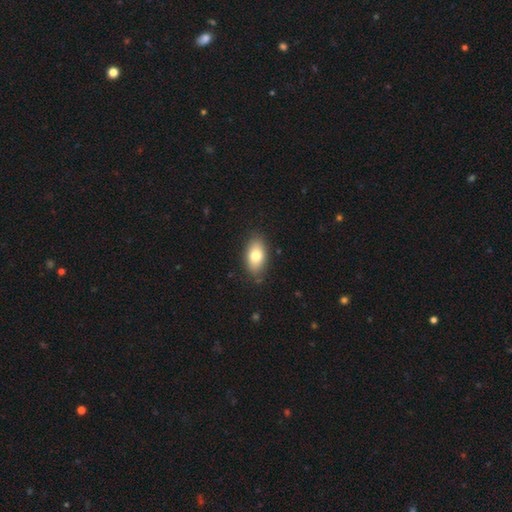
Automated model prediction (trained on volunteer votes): The model was most divided on "smooth or featured": smooth: 77%, featured or disk: 16%, star or artifact: 7%. More confident: how rounded — in between (90%); merging — none (84%).